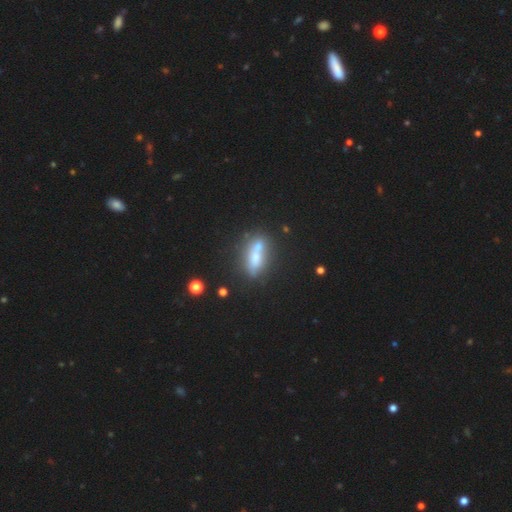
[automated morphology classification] Q: Smooth or featured?
A: smooth (55%); runner-up: featured or disk (32%)
Q: How rounded?
A: in between (64%); runner-up: cigar-shaped (28%)
Q: Merging?
A: none (44%); runner-up: merger (35%)